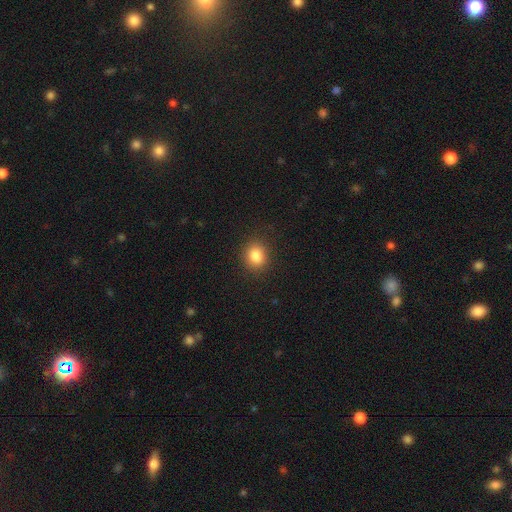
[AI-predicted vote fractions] Morphology: type=smooth (84%); roundness=round (73%); merging=none (89%).